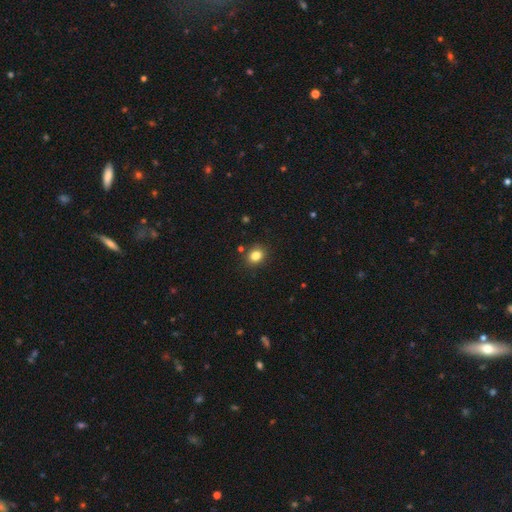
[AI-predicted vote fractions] smooth 83%, star or artifact 12%, featured or disk 5%. Down the decision tree: how rounded — round (61%); merging — none (87%).